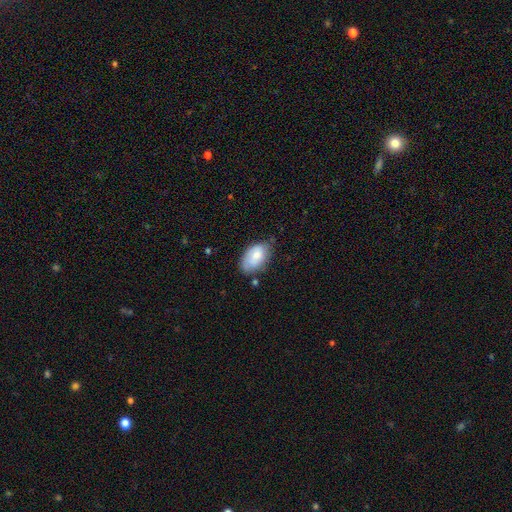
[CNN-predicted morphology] Smooth or featured: smooth — 73% (featured or disk — 20%)
How rounded: in between — 93% (round — 5%)
Merging: none — 62% (minor disturbance — 29%)